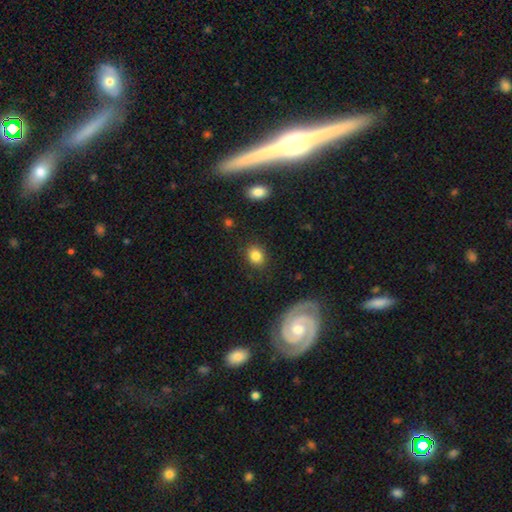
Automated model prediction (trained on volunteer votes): smooth 84%, star or artifact 9%, featured or disk 7%. Down the decision tree: how rounded — round (51%); merging — none (87%).